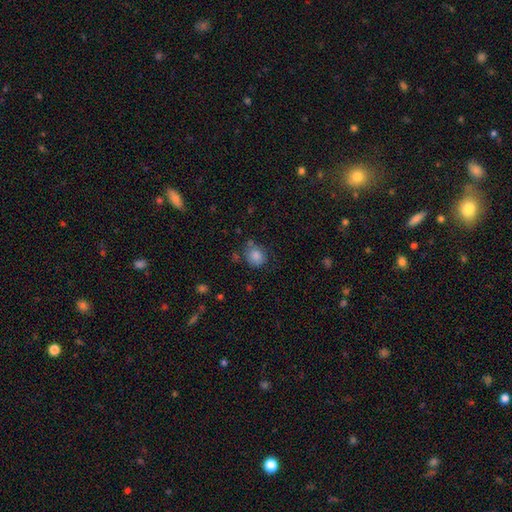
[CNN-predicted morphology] Q: Smooth or featured?
A: smooth (84%); runner-up: star or artifact (10%)
Q: How rounded?
A: round (75%); runner-up: in between (24%)
Q: Merging?
A: none (67%); runner-up: minor disturbance (19%)